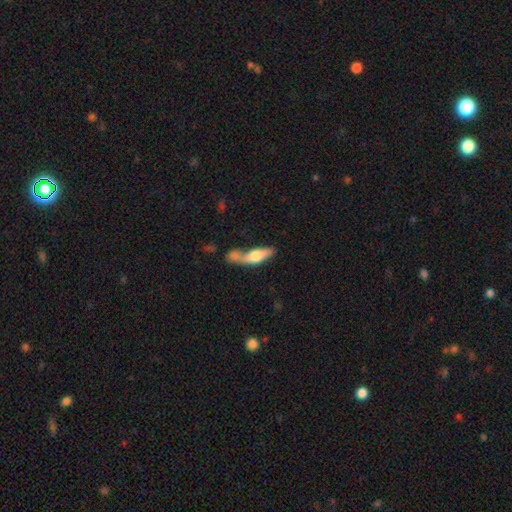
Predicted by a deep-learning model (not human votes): A smooth galaxy with no disk features (58%) that is cigar-shaped (50%). Merging: merger (45%).